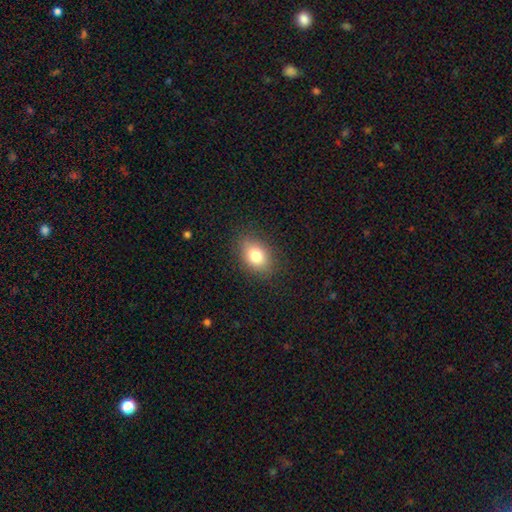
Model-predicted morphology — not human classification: The model was most divided on "how rounded": in between: 80%, round: 19%, cigar-shaped: 1%. More confident: merging — none (85%); smooth or featured — smooth (81%).